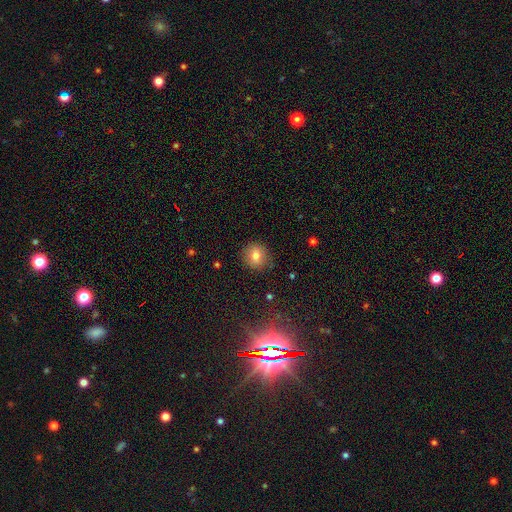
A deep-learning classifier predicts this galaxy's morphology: A smooth galaxy with no disk features (77%) that is round (83%). Merging: none (87%).